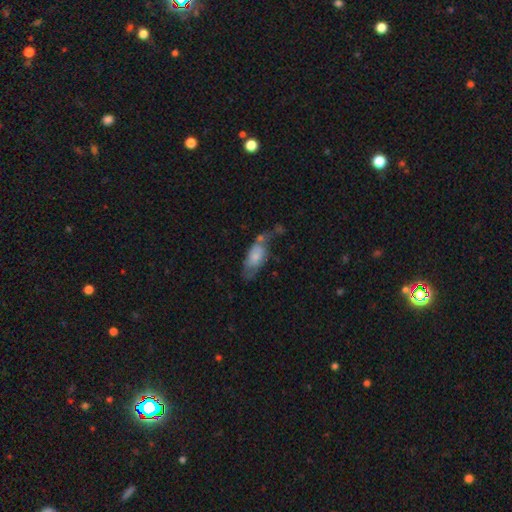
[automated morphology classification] Smooth or featured? smooth (63%)
How rounded? in between (86%)
Merging? major disturbance (27%)